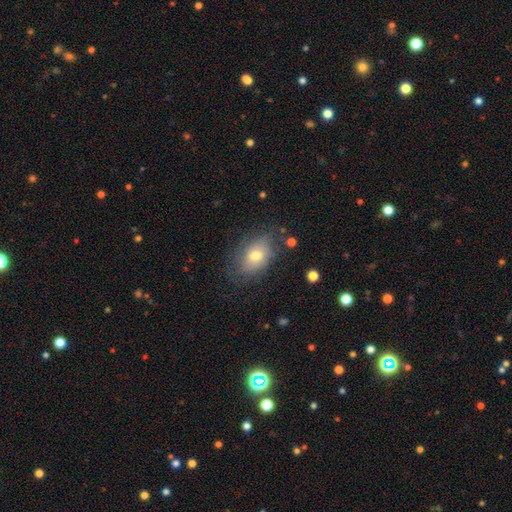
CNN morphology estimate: Q: Smooth or featured?
A: smooth (61%); runner-up: featured or disk (30%)
Q: How rounded?
A: in between (84%); runner-up: round (15%)
Q: Merging?
A: none (68%); runner-up: minor disturbance (22%)